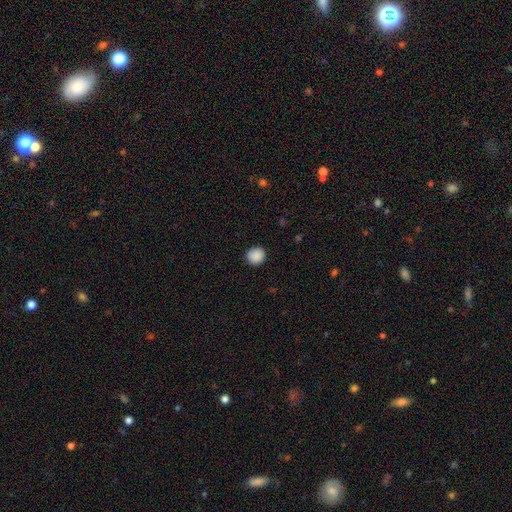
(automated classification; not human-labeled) The model was most divided on "how rounded": round: 89%, in between: 10%, cigar-shaped: 1%. More confident: merging — none (91%); smooth or featured — smooth (90%).